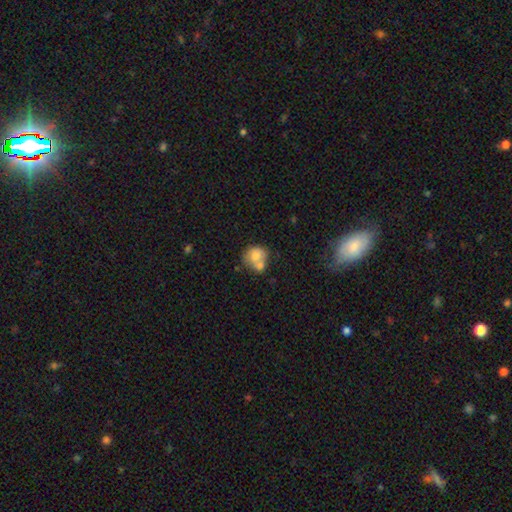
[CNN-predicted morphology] Smooth or featured? smooth (72%)
How rounded? round (70%)
Merging? merger (51%)